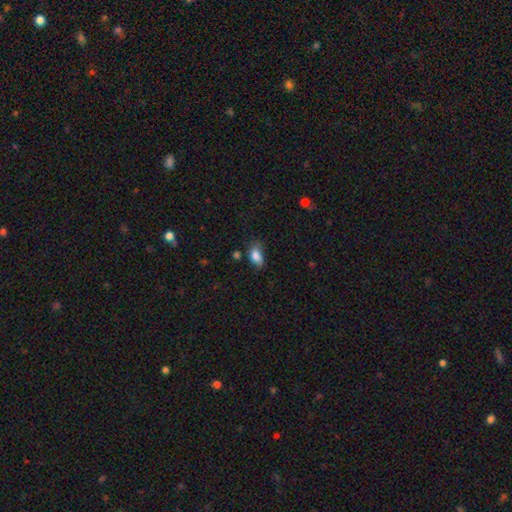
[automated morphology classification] smooth 84%, star or artifact 9%, featured or disk 7%. Down the decision tree: how rounded — in between (88%); merging — none (56%).